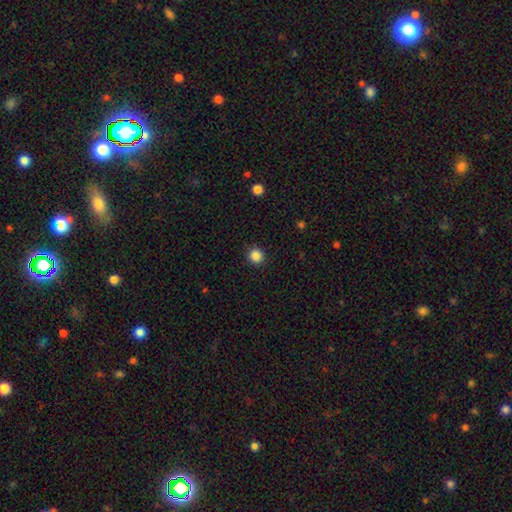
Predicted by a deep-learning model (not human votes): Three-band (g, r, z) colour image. It shows a smooth galaxy with no disk features (86%) that is round (93%). Merging: none (91%).